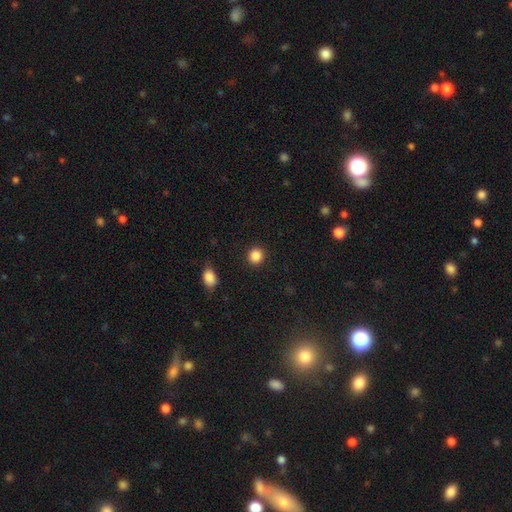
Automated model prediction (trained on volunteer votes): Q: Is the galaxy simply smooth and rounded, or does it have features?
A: smooth — 87%.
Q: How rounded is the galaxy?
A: round — 89%.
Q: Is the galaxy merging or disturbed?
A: none — 91%.